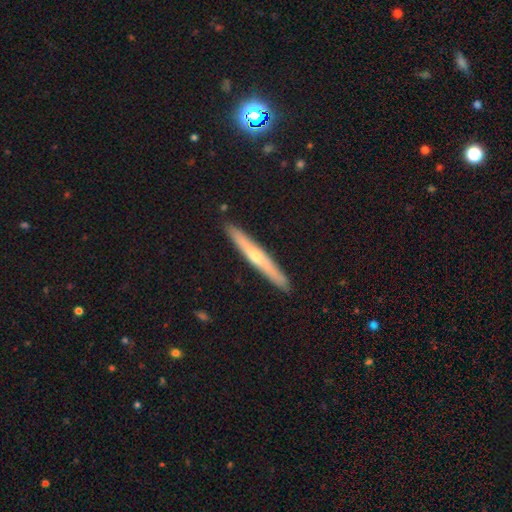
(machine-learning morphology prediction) type=featured or disk (62%); edge-on=yes (95%); edge-on bulge=rounded (77%); merging=none (91%).